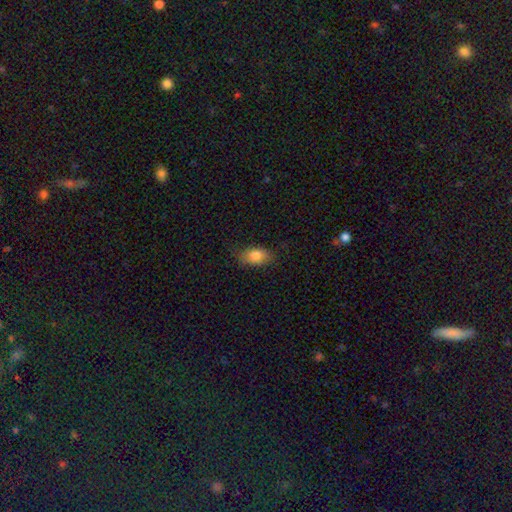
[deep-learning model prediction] Smooth or featured? smooth (83%)
How rounded? in between (88%)
Merging? none (76%)